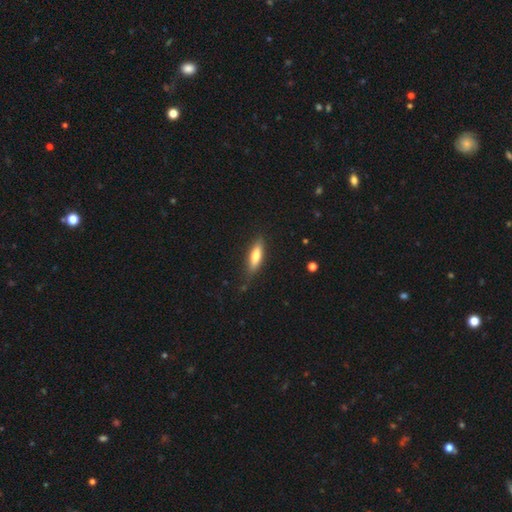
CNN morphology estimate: This appears to be a smooth galaxy with no disk features (72%) that is cigar-shaped (55%). Merging: none (80%).